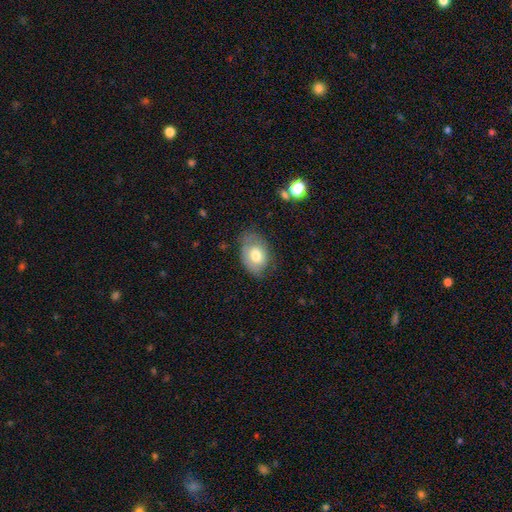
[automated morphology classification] smooth_or_featured: smooth (p=0.68) [alt: featured or disk p=0.24]
how_rounded: in between (p=0.81) [alt: round p=0.18]
merging: none (p=0.60) [alt: minor disturbance p=0.29]